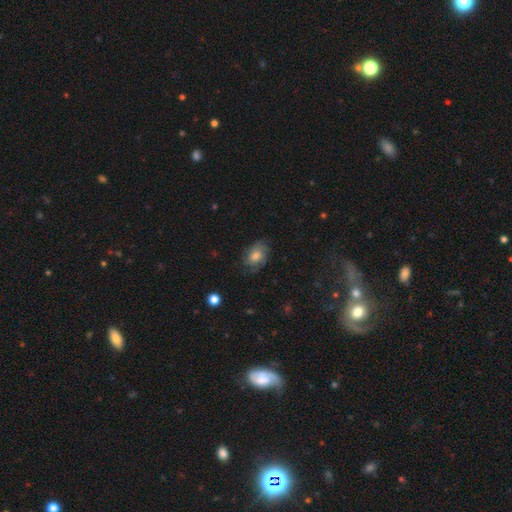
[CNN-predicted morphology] type=smooth (47%); merging=none (69%).